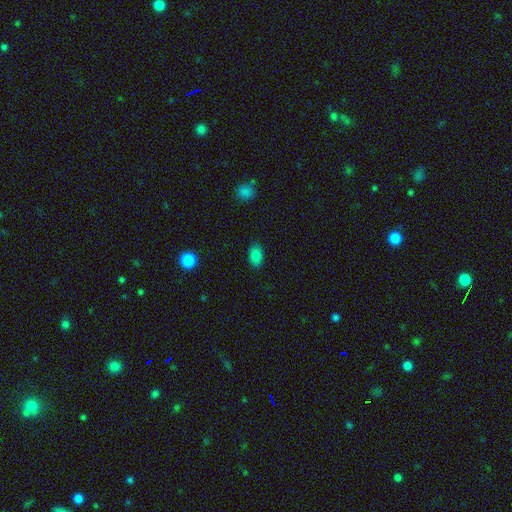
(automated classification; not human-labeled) smooth-or-featured: smooth: 84% | star or artifact: 10% | featured or disk: 6%
  how-rounded: in between: 87% | round: 11% | cigar-shaped: 1%
  merging: none: 86% | minor disturbance: 10% | major disturbance: 2% | merger: 1%